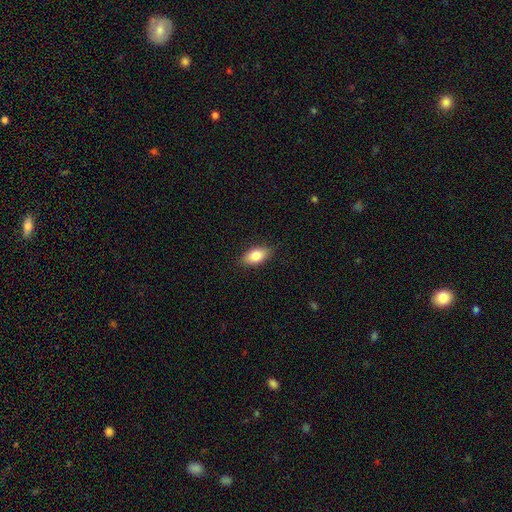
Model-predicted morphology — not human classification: Smooth or featured: smooth — 82% (featured or disk — 11%)
How rounded: in between — 89% (cigar-shaped — 6%)
Merging: none — 86% (minor disturbance — 11%)